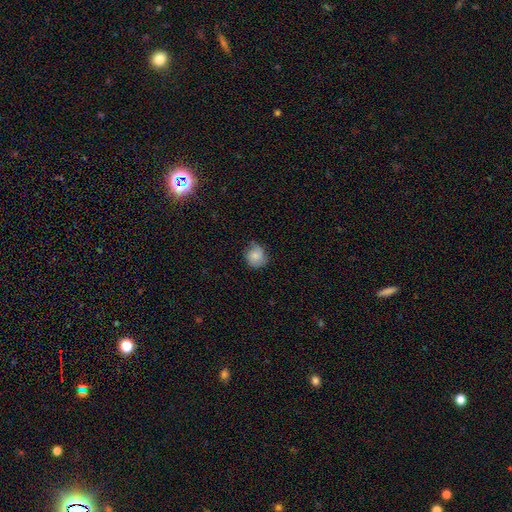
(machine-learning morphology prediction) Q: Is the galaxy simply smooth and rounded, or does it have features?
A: smooth — 71%.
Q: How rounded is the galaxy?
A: round — 75%.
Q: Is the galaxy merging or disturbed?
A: none — 59%.